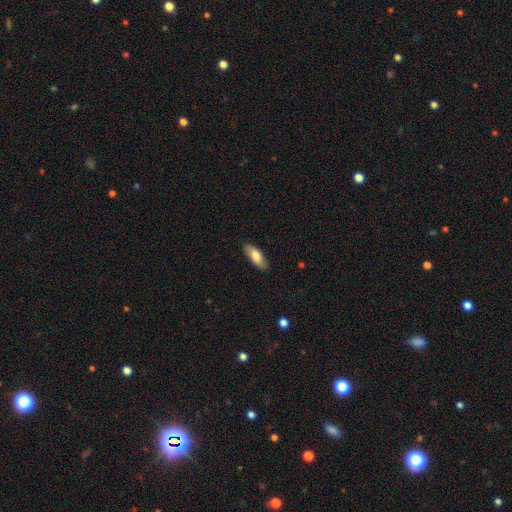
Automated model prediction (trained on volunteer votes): smooth_or_featured: smooth (p=0.78) [alt: featured or disk p=0.16]
how_rounded: in between (p=0.70) [alt: cigar-shaped p=0.28]
merging: none (p=0.86) [alt: minor disturbance p=0.11]